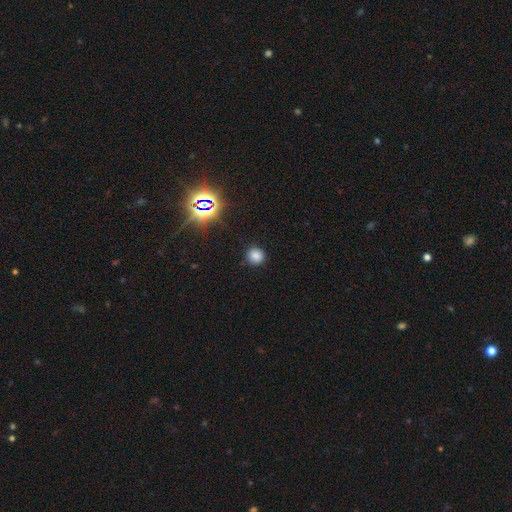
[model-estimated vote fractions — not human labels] The model was most divided on "smooth or featured": smooth: 77%, star or artifact: 18%, featured or disk: 5%. More confident: how rounded — round (91%); merging — none (89%).